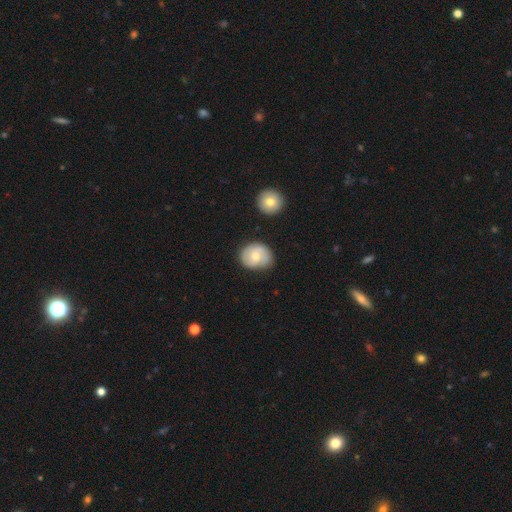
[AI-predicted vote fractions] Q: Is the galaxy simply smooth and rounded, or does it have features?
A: smooth — 50%.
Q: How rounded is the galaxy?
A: round — 65%.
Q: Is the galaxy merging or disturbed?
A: none — 73%.